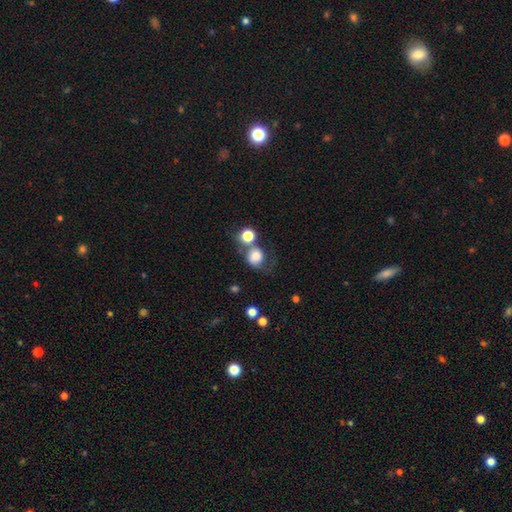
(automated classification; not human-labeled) smooth_or_featured: smooth (p=0.71) [alt: featured or disk p=0.18]
how_rounded: round (p=0.76) [alt: in between p=0.23]
merging: none (p=0.38) [alt: merger p=0.29]